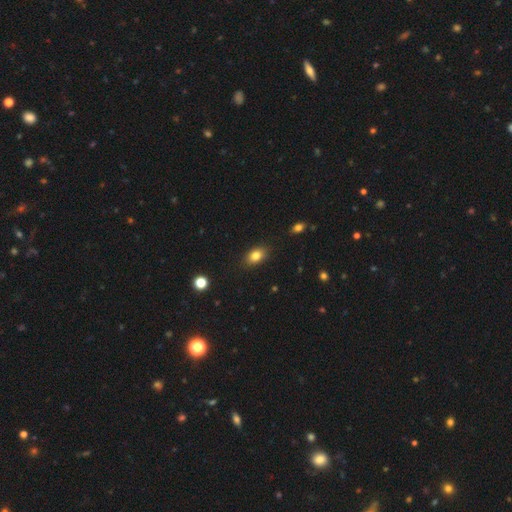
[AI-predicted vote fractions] Smooth or featured? Predicted: smooth (p=0.82). How rounded? Predicted: in between (p=0.81). Merging? Predicted: none (p=0.87).